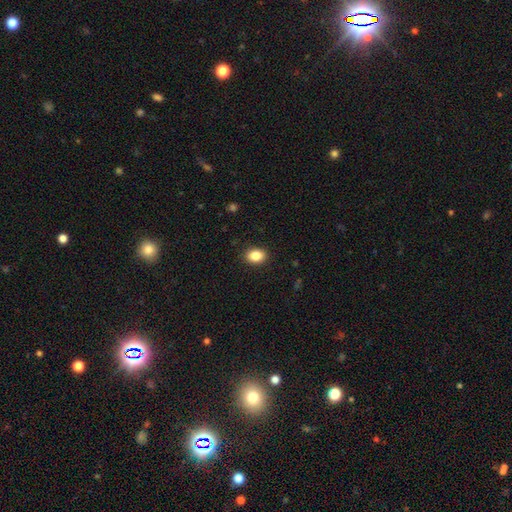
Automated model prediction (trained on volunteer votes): Smooth or featured? smooth (86%)
How rounded? in between (69%)
Merging? none (90%)